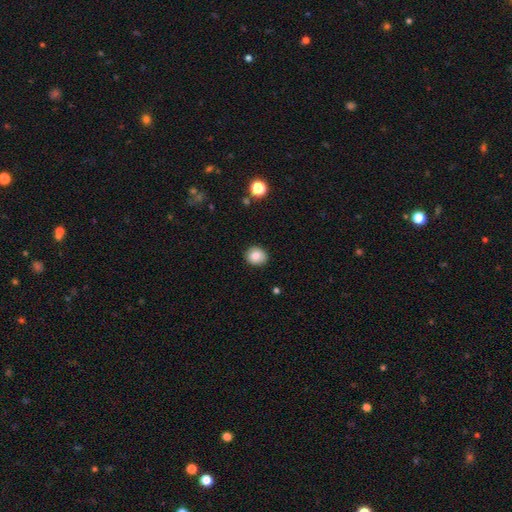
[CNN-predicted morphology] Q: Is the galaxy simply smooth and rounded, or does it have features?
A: smooth — 85%.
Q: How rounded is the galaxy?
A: round — 74%.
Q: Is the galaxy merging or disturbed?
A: none — 87%.